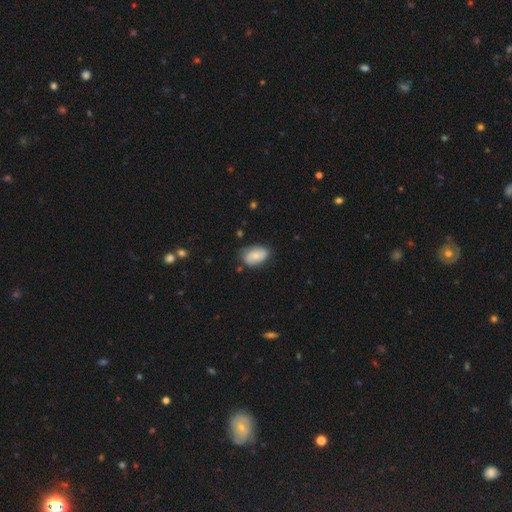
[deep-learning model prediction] This appears to be a smooth galaxy with no disk features (65%) that is in between round and cigar-shaped (88%). Merging: none (69%).